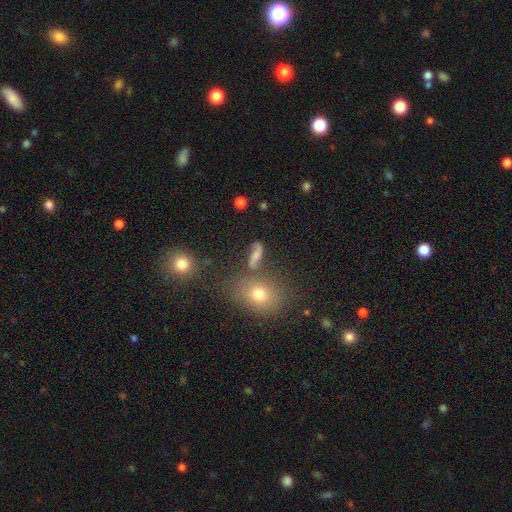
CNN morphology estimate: Smooth or featured: smooth — 59% (featured or disk — 24%)
How rounded: in between — 51% (cigar-shaped — 30%)
Merging: none — 59% (minor disturbance — 18%)